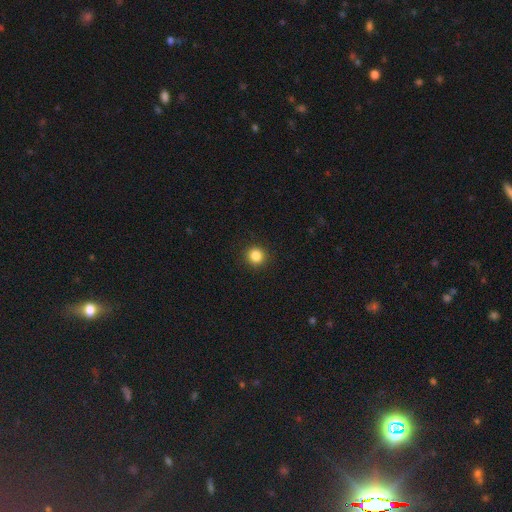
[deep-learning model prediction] This appears to be a smooth galaxy with no disk features (85%) that is round (92%). Merging: none (92%).